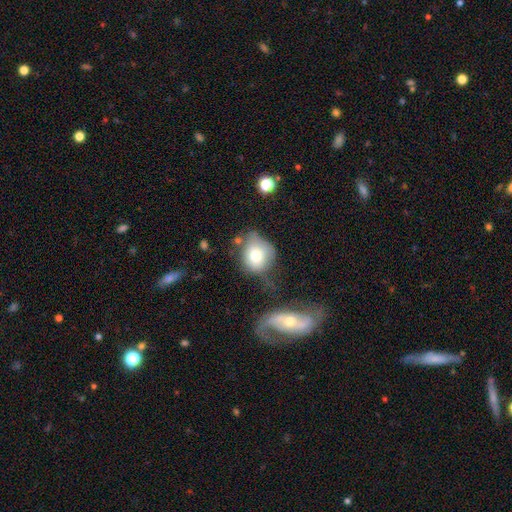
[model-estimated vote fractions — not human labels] Q: Smooth or featured?
A: smooth (72%); runner-up: featured or disk (19%)
Q: How rounded?
A: round (74%); runner-up: in between (25%)
Q: Merging?
A: none (41%); runner-up: minor disturbance (25%)